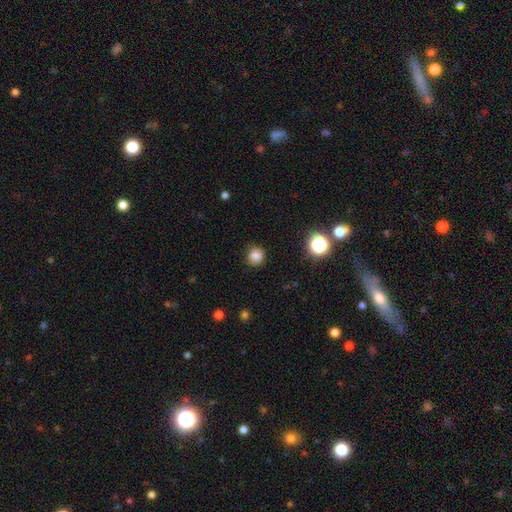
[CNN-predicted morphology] Overall: smooth (82%). How rounded: round (85%). Merging: none (83%).